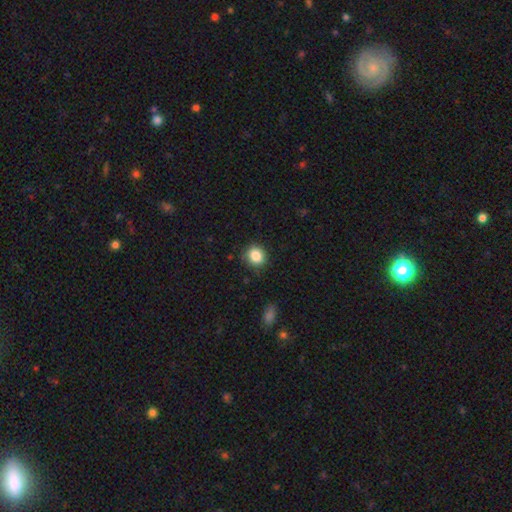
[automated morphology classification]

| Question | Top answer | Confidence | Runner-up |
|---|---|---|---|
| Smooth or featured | smooth | 85% | star or artifact (10%) |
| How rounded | round | 83% | in between (16%) |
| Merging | none | 85% | minor disturbance (11%) |